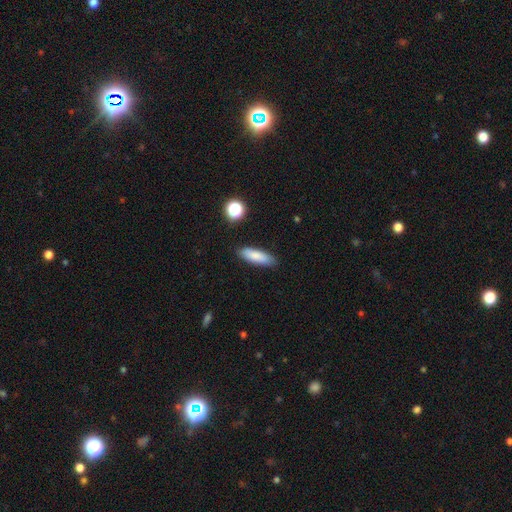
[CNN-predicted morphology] smooth-or-featured: smooth: 83% | featured or disk: 10% | star or artifact: 7%
  how-rounded: cigar-shaped: 56% | in between: 42% | round: 2%
  merging: none: 86% | minor disturbance: 10% | major disturbance: 2% | merger: 2%